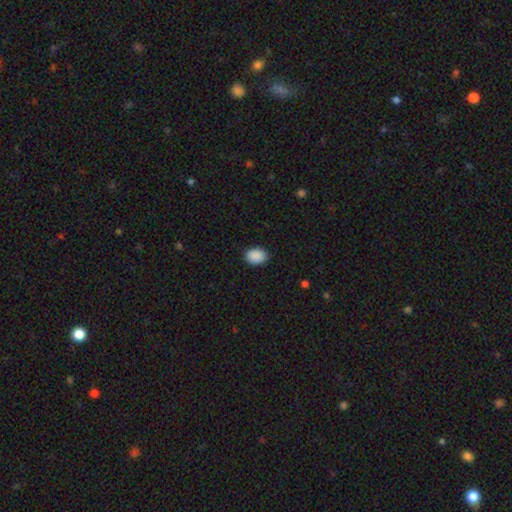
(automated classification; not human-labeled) The model was most divided on "how rounded": in between: 72%, round: 27%, cigar-shaped: 1%. More confident: smooth or featured — smooth (90%); merging — none (87%).